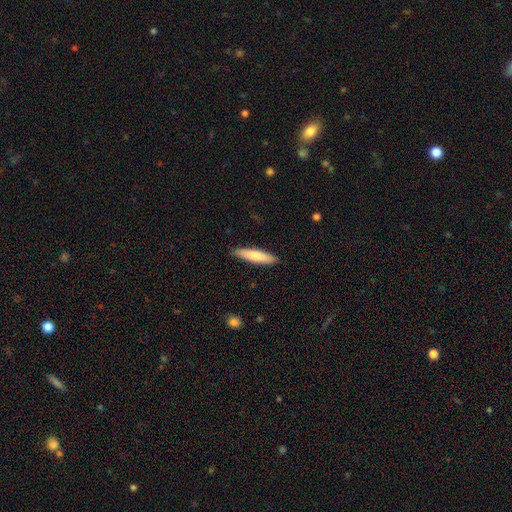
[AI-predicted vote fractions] Overall: smooth (75%). How rounded: cigar-shaped (83%). Merging: none (89%).